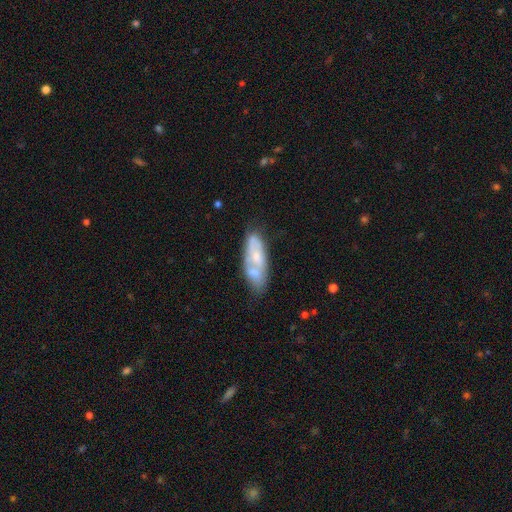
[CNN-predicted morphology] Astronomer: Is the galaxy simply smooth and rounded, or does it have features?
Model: featured or disk — 50% (runner-up: smooth, 43%).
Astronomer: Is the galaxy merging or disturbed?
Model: none — 42% (runner-up: merger, 28%).